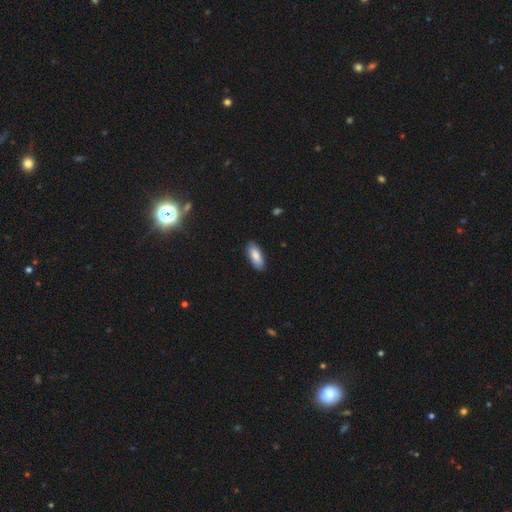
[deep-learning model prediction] A smooth galaxy with no disk features (84%) that is in between round and cigar-shaped (84%).

Vote fractions:
- Smooth or featured? smooth: 84% / featured or disk: 10% / star or artifact: 6%
- How rounded? in between: 84% / cigar-shaped: 15% / round: 2%
- Merging? none: 86% / minor disturbance: 11% / major disturbance: 2% / merger: 1%